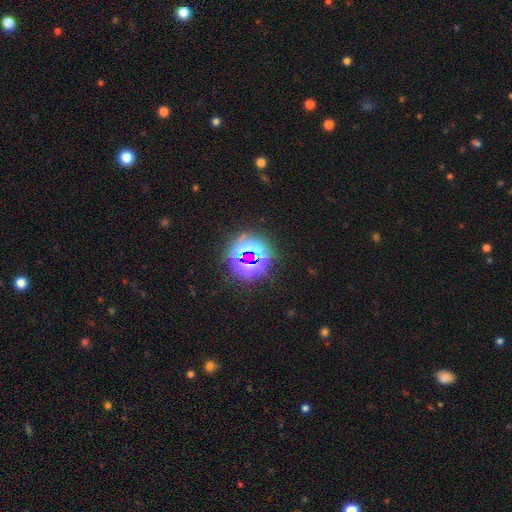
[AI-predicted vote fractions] star or artifact 75%, smooth 16%, featured or disk 9%.